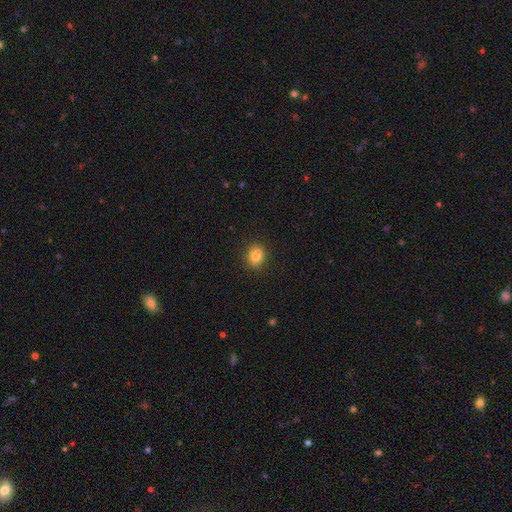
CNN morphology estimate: Smooth or featured? smooth (80%)
How rounded? round (54%)
Merging? none (78%)